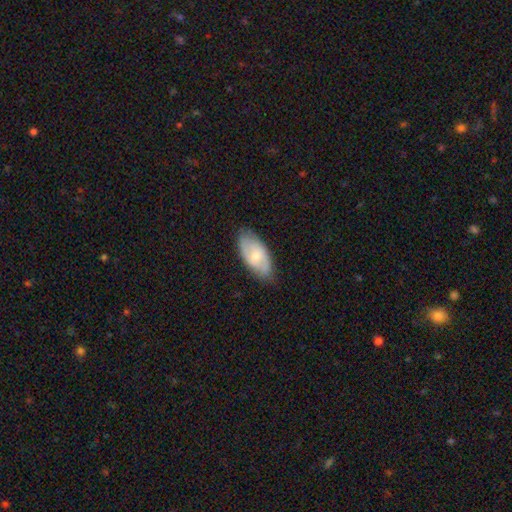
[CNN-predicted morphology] Smooth or featured? Predicted: smooth (p=0.54). How rounded? Predicted: in between (p=0.92). Merging? Predicted: none (p=0.78).